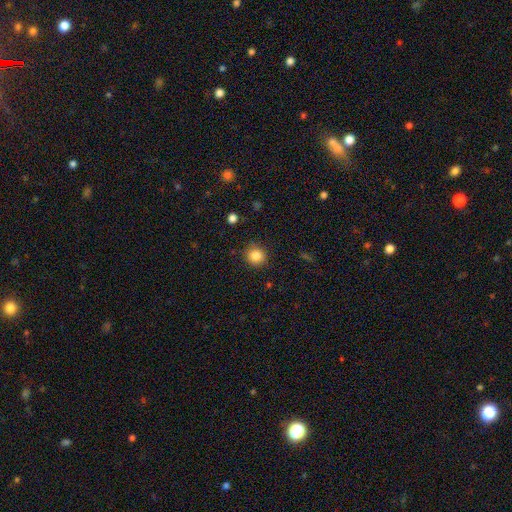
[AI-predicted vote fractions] smooth_or_featured: smooth (p=0.85) [alt: star or artifact p=0.10]
how_rounded: round (p=0.91) [alt: in between p=0.08]
merging: none (p=0.87) [alt: minor disturbance p=0.09]